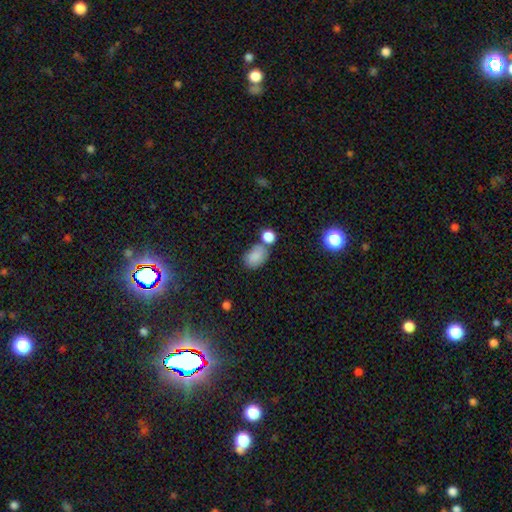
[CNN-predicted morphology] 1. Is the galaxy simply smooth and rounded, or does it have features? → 84% smooth, 9% star or artifact, 7% featured or disk.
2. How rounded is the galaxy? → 78% in between, 21% round, 1% cigar-shaped.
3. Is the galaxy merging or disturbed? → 51% none, 25% merger, 17% minor disturbance, 6% major disturbance.